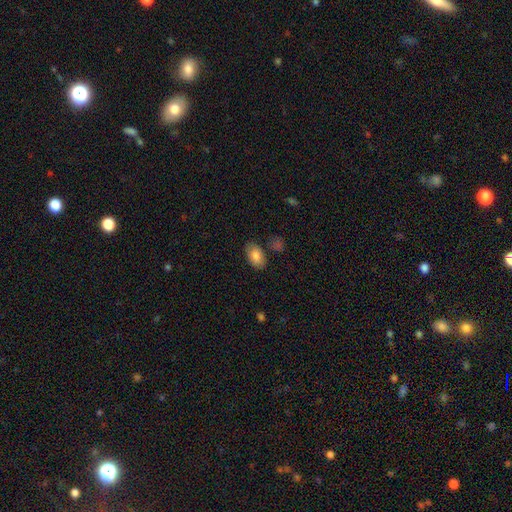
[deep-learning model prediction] Smooth or featured? smooth (82%)
How rounded? in between (93%)
Merging? none (81%)